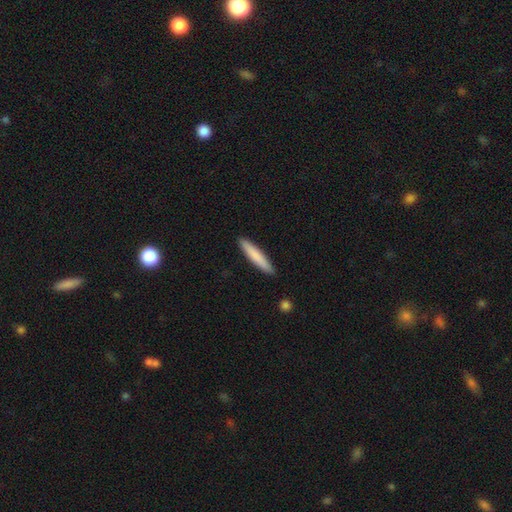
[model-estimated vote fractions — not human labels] smooth_or_featured: smooth (p=0.80) [alt: featured or disk p=0.15]
how_rounded: cigar-shaped (p=0.92) [alt: in between p=0.07]
merging: none (p=0.91) [alt: minor disturbance p=0.07]